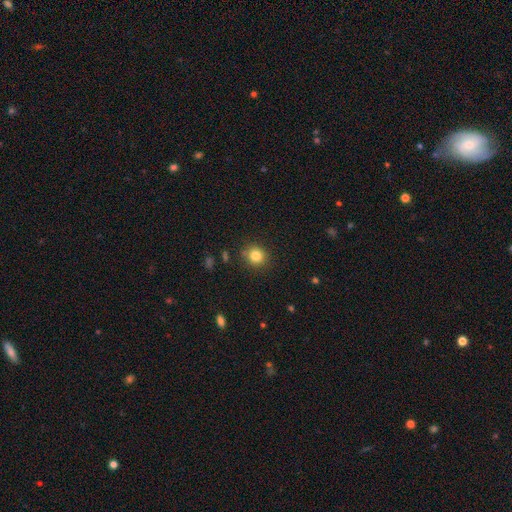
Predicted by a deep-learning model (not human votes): The model was most divided on "smooth or featured": smooth: 82%, star or artifact: 12%, featured or disk: 6%. More confident: merging — none (87%); how rounded — round (86%).